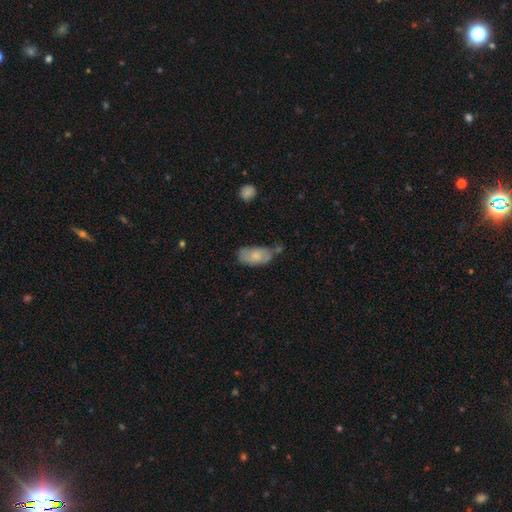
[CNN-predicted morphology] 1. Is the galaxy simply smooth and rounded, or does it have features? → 70% smooth, 24% featured or disk, 6% star or artifact.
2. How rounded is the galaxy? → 93% in between, 4% cigar-shaped, 3% round.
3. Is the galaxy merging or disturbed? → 49% none, 32% minor disturbance, 11% merger, 9% major disturbance.